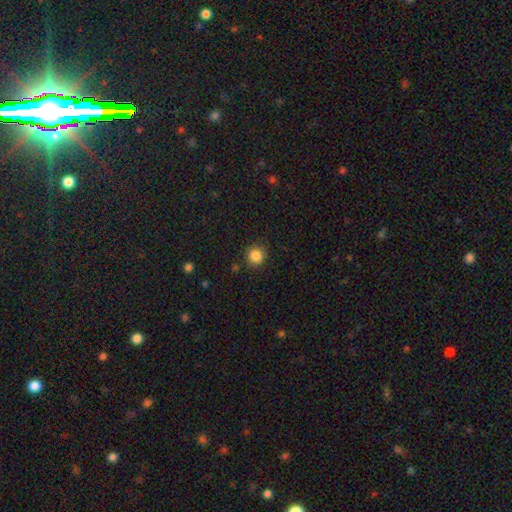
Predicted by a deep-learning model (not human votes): Smooth or featured?
  - smooth: 85% *
  - star or artifact: 11%
  - featured or disk: 4%
How rounded?
  - round: 92% *
  - in between: 7%
  - cigar-shaped: 1%
Merging?
  - none: 88% *
  - minor disturbance: 8%
  - major disturbance: 2%
  - merger: 1%